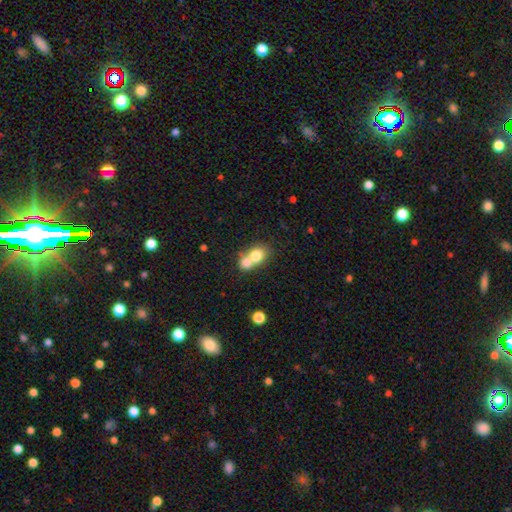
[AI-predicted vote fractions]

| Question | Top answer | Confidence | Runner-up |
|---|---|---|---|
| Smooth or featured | smooth | 74% | featured or disk (16%) |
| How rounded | round | 63% | in between (36%) |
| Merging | merger | 66% | none (26%) |